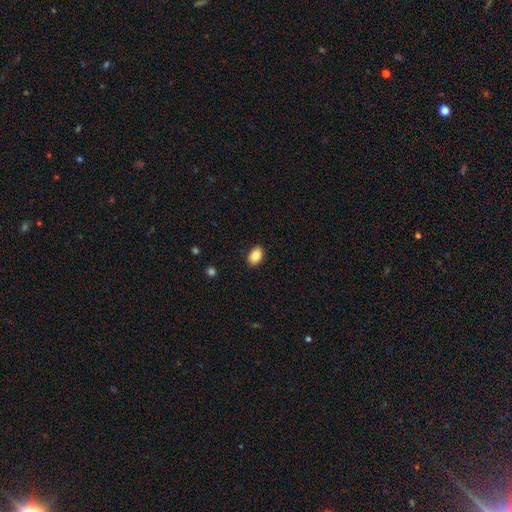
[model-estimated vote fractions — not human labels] Morphology: type=smooth (86%); roundness=in between (84%); merging=none (89%).